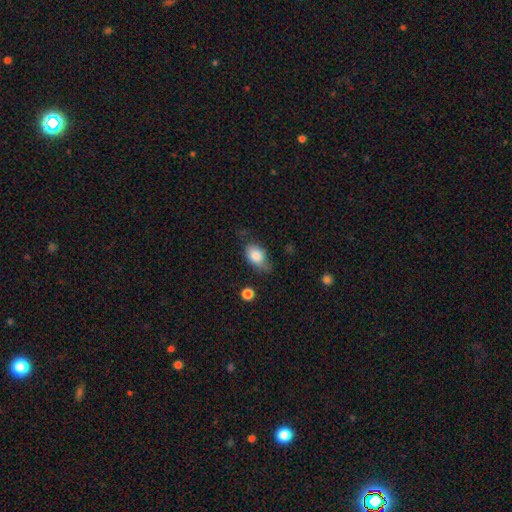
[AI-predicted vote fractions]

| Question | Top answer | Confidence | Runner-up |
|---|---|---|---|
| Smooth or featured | smooth | 82% | featured or disk (10%) |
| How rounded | in between | 84% | round (14%) |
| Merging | none | 58% | minor disturbance (31%) |